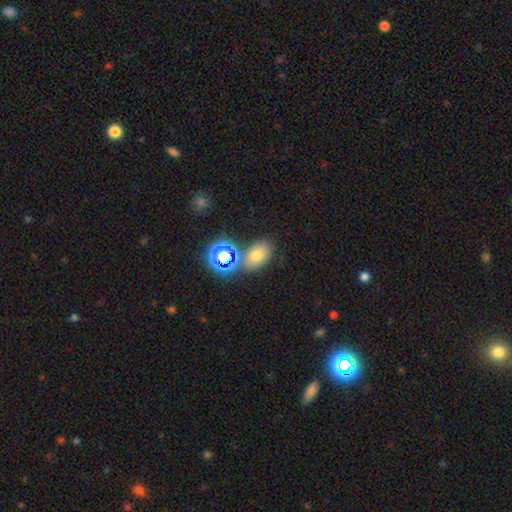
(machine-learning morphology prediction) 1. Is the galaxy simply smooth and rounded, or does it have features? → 62% smooth, 25% star or artifact, 13% featured or disk.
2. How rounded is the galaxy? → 78% in between, 21% round, 1% cigar-shaped.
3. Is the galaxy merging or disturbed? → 66% none, 15% merger, 13% minor disturbance, 5% major disturbance.